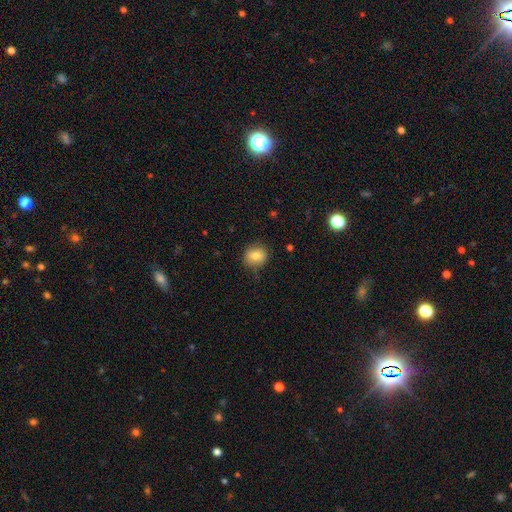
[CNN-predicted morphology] Smooth or featured: smooth — 79% (featured or disk — 11%)
How rounded: round — 73% (in between — 26%)
Merging: none — 81% (minor disturbance — 14%)